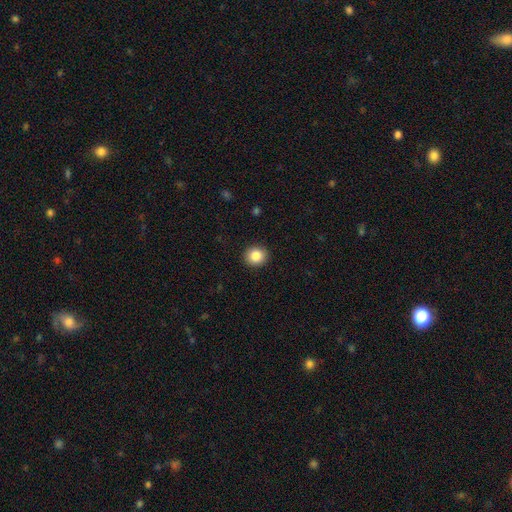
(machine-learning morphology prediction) type=smooth (86%); roundness=round (86%); merging=none (92%).